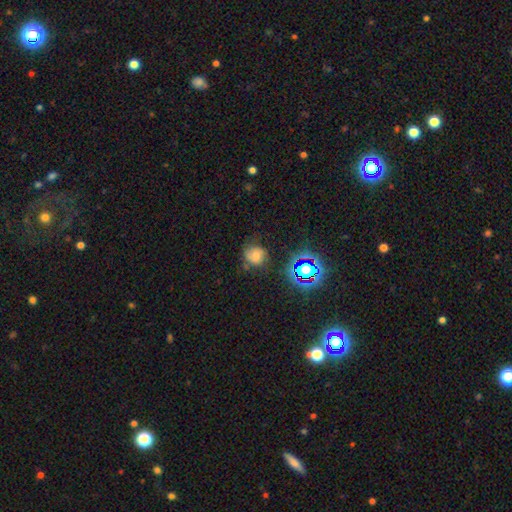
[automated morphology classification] This appears to be a smooth galaxy with no disk features (52%) that is round (79%). Merging: none (66%).